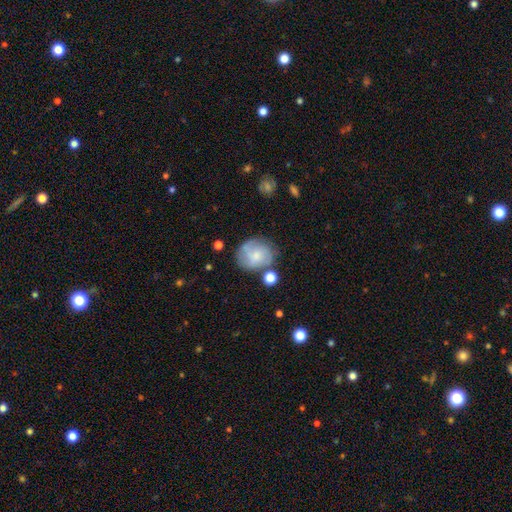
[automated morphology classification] type=smooth (57%); roundness=round (73%); merging=none (58%).